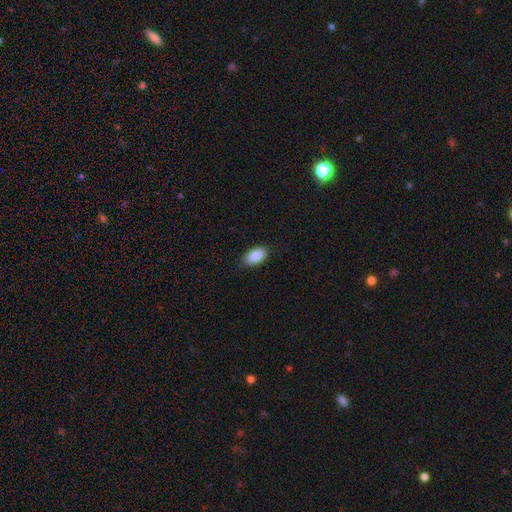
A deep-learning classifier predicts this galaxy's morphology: Smooth or featured? Predicted: smooth (p=0.88). How rounded? Predicted: in between (p=0.93). Merging? Predicted: none (p=0.85).